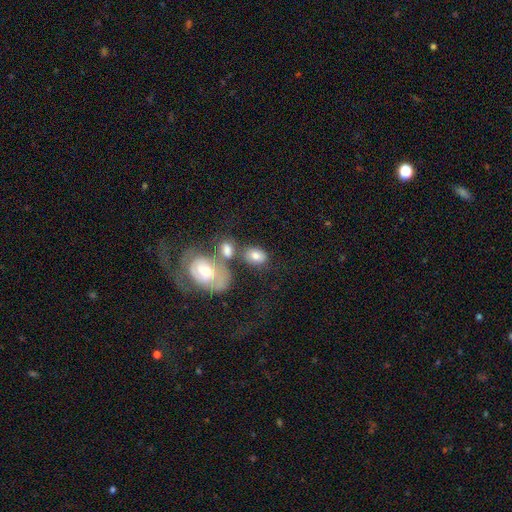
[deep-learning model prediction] A smooth galaxy with no disk features (71%) that is in between round and cigar-shaped (80%). Merging: none (51%).